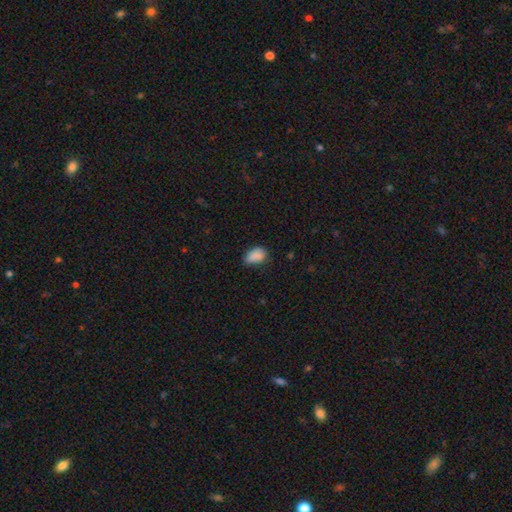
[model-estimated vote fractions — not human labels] Smooth or featured? smooth (88%)
How rounded? in between (88%)
Merging? none (65%)